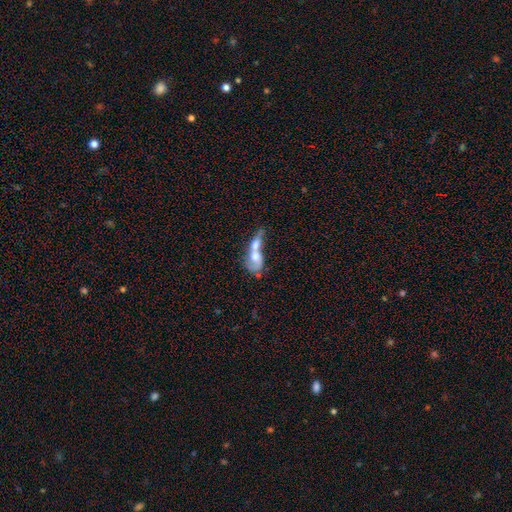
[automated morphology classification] Smooth or featured? Predicted: smooth (p=0.48). Merging? Predicted: merger (p=0.77).